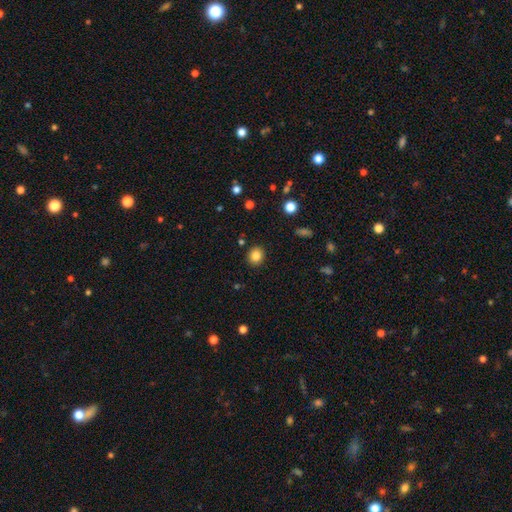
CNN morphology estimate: smooth-or-featured: smooth: 84% | star or artifact: 10% | featured or disk: 5%
  how-rounded: round: 79% | in between: 20% | cigar-shaped: 1%
  merging: none: 89% | minor disturbance: 7% | major disturbance: 2% | merger: 2%